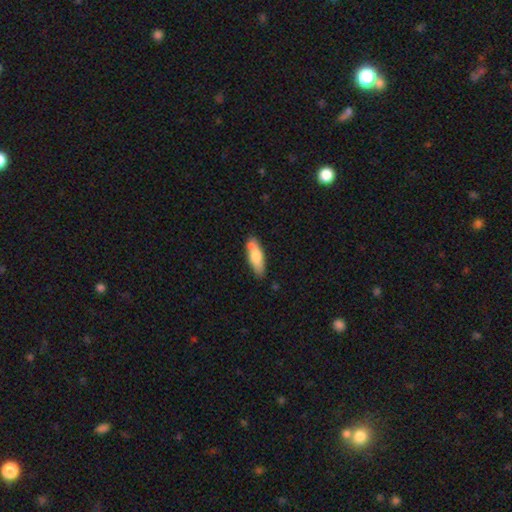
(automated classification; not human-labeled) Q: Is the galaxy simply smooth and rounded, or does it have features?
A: smooth — 70%.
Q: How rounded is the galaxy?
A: in between — 53%.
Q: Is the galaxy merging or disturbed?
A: none — 71%.